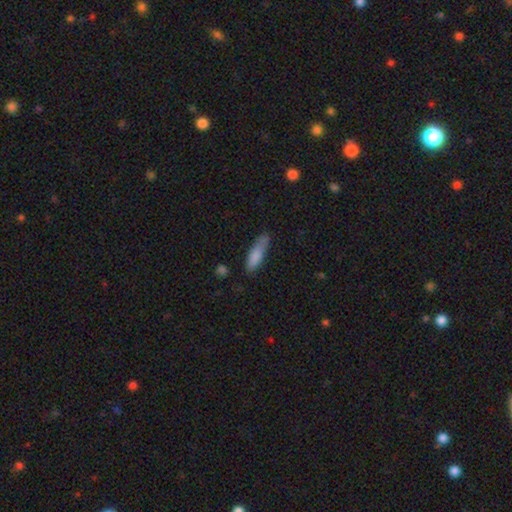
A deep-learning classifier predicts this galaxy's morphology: This is clearly a smooth galaxy (83%). How rounded: likely cigar-shaped (64%). Merging: likely none (64%).